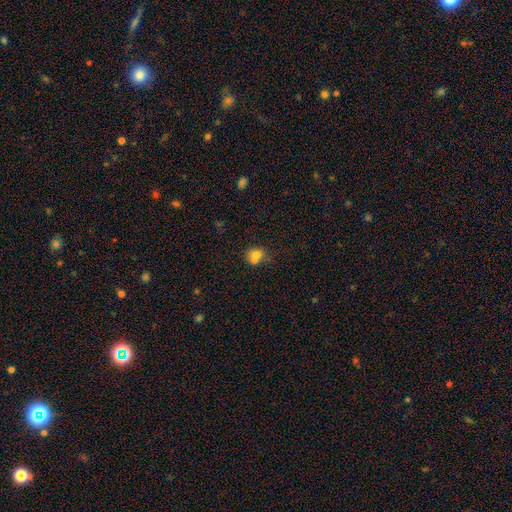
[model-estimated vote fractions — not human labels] Smooth or featured?
  - smooth: 72% *
  - featured or disk: 16%
  - star or artifact: 12%
How rounded?
  - round: 68% *
  - in between: 31%
  - cigar-shaped: 1%
Merging?
  - merger: 45% *
  - none: 38%
  - minor disturbance: 12%
  - major disturbance: 5%